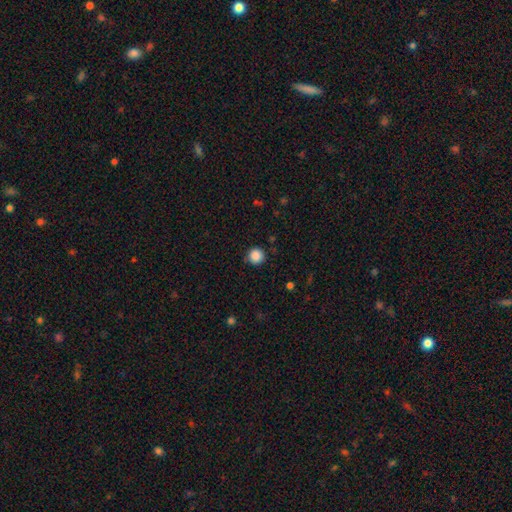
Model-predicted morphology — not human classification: This is clearly a smooth galaxy (87%). How rounded: clearly round (95%). Merging: clearly none (88%).